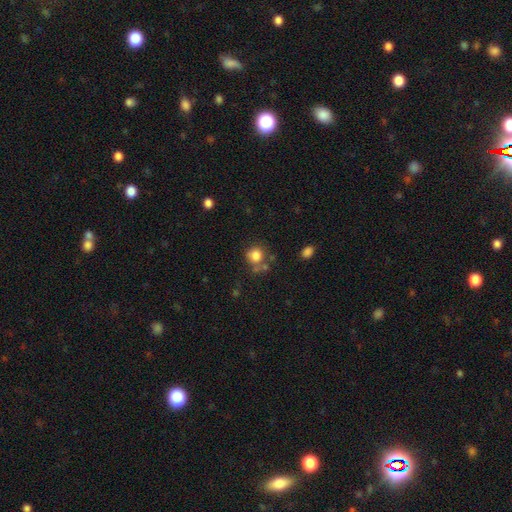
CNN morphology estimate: smooth 81%, star or artifact 11%, featured or disk 7%. Down the decision tree: how rounded — round (83%); merging — none (61%).